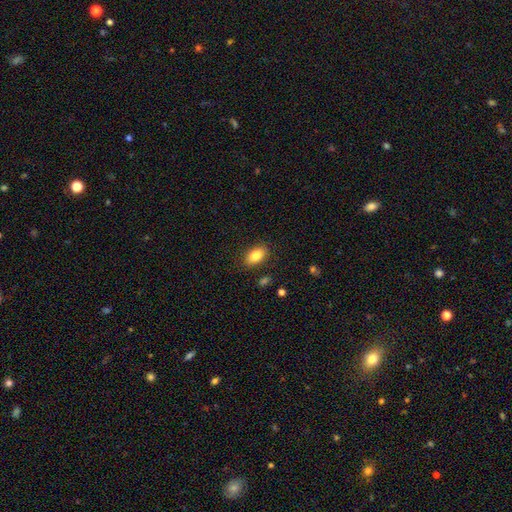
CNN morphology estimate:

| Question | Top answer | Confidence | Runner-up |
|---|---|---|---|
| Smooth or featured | smooth | 84% | featured or disk (9%) |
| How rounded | in between | 91% | round (7%) |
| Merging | none | 85% | minor disturbance (11%) |